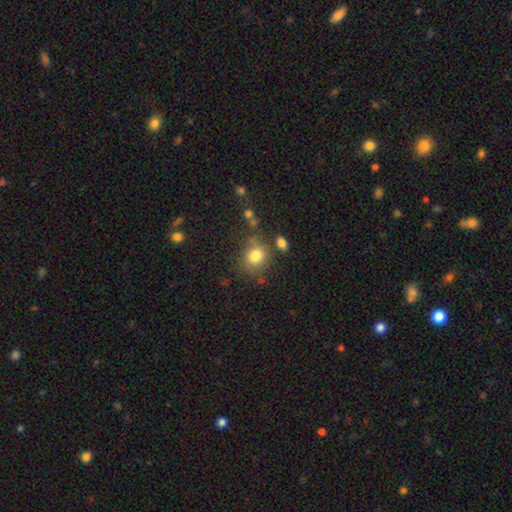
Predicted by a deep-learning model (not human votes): smooth-or-featured: smooth: 80% | star or artifact: 12% | featured or disk: 8%
  how-rounded: round: 76% | in between: 23% | cigar-shaped: 1%
  merging: none: 73% | minor disturbance: 14% | merger: 9% | major disturbance: 5%